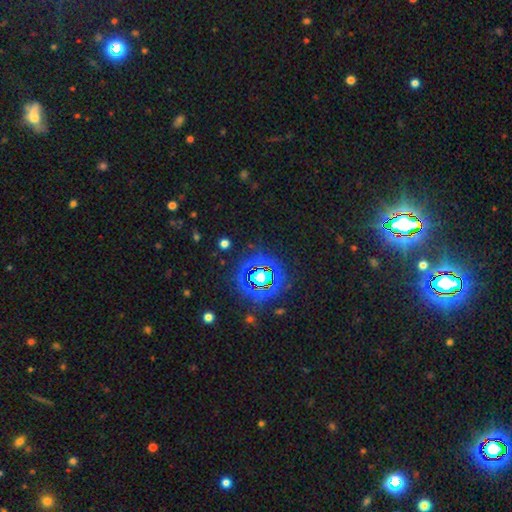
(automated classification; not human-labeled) The model was most divided on "smooth or featured": star or artifact: 83%, smooth: 10%, featured or disk: 7%.